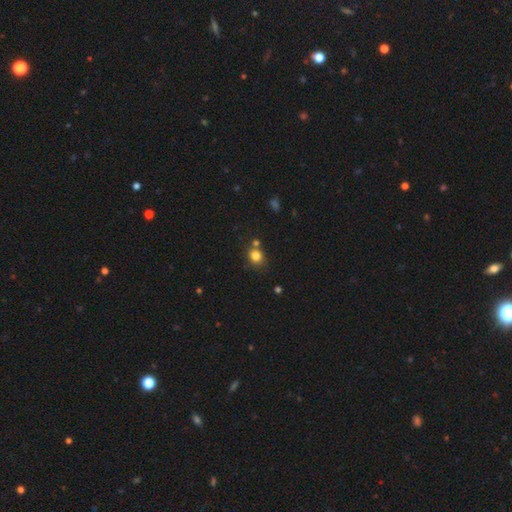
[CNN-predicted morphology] type=smooth (81%); roundness=round (73%); merging=none (68%).